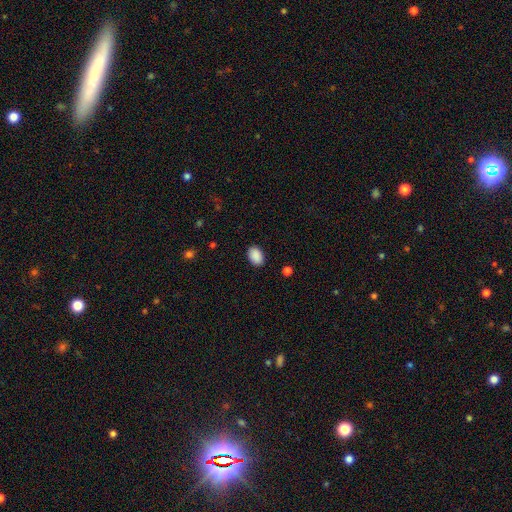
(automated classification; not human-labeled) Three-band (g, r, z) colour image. It shows a smooth galaxy with no disk features (90%) that is in between round and cigar-shaped (84%). Merging: none (88%).